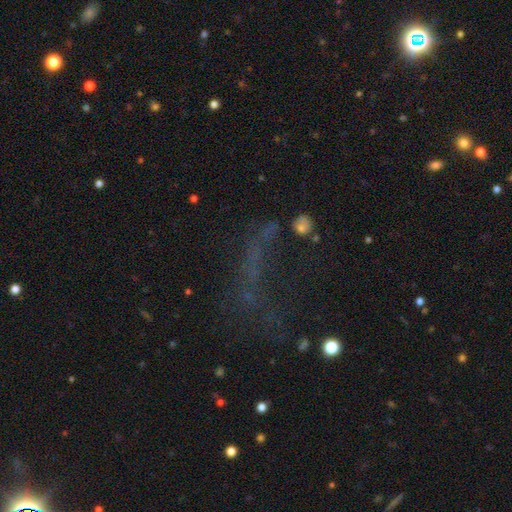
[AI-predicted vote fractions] Q: Smooth or featured?
A: star or artifact (42%); runner-up: featured or disk (30%)